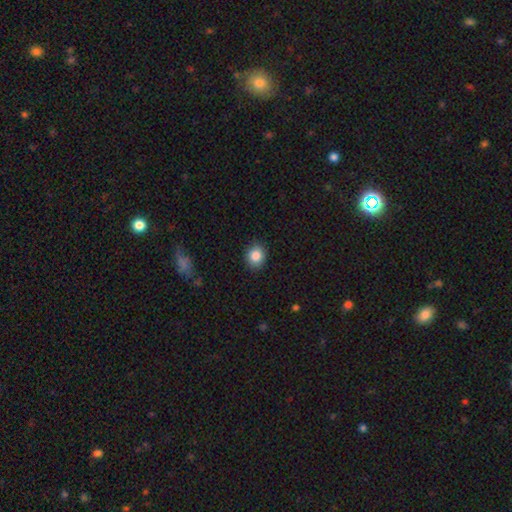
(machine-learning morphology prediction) The model was most divided on "how rounded": round: 71%, in between: 28%, cigar-shaped: 1%. More confident: merging — none (88%); smooth or featured — smooth (85%).